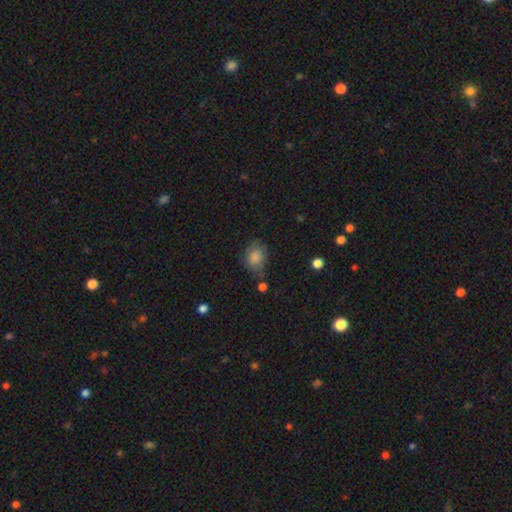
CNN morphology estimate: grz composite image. It shows a smooth galaxy with no disk features (79%) that is in between round and cigar-shaped (56%). Merging: none (67%).